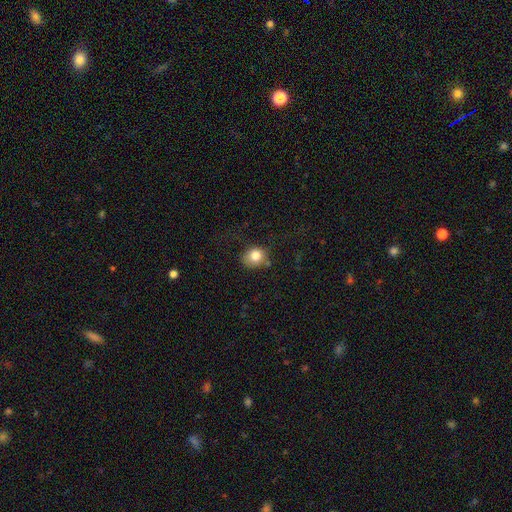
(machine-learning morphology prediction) smooth-or-featured: smooth: 80% | star or artifact: 10% | featured or disk: 9%
  how-rounded: round: 71% | in between: 29% | cigar-shaped: 1%
  merging: none: 67% | minor disturbance: 22% | major disturbance: 8% | merger: 3%